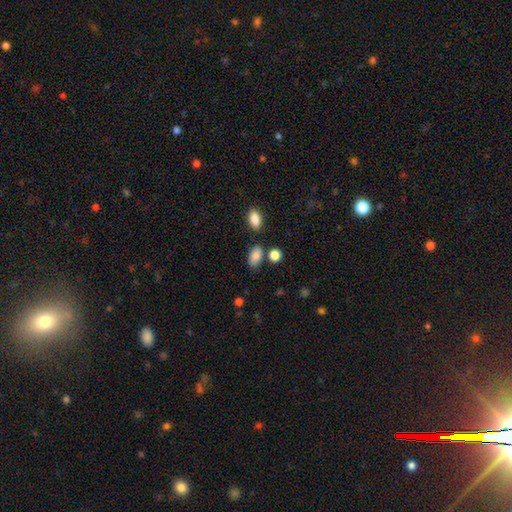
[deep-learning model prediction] Smooth or featured? smooth (86%)
How rounded? in between (89%)
Merging? none (73%)